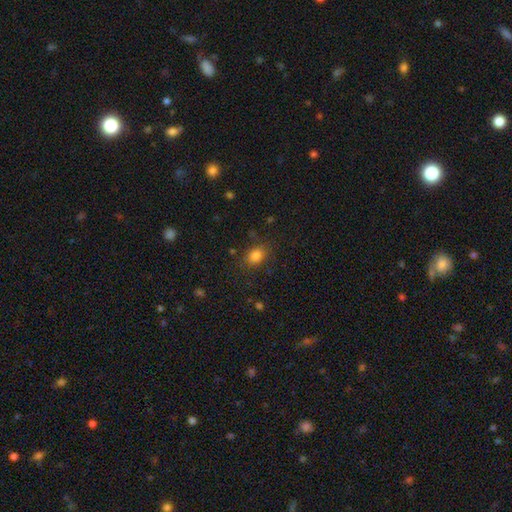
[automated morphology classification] This appears to be a smooth galaxy with no disk features (82%) that is in between round and cigar-shaped (61%). Merging: none (81%).